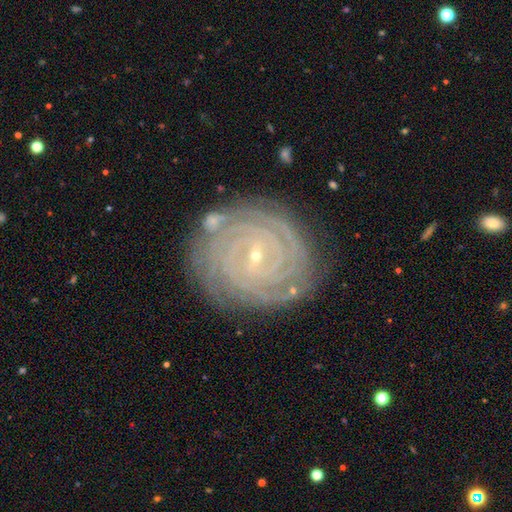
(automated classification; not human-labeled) A featured or disk galaxy (90%) with no bar (48%), 4 (25%) tight (91%) spiral arms (98%) and a small central bulge (87%).

Vote fractions:
- Smooth or featured? featured or disk: 90% / star or artifact: 6% / smooth: 5%
- Edge-on disk? no: 98% / yes: 2%
- Bar? no: 48% / weak: 36% / strong: 16%
- Spiral arms? yes: 98% / no: 2%
- Spiral winding? tight: 91% / medium: 8% / loose: 1%
- Spiral arm count? 4: 25% / 2: 19% / 3: 19% / can't tell: 17% / more than 4: 12% / 1: 8%
- Bulge size? small: 87% / moderate: 10% / none: 1% / large: 1% / dominant: 1%
- Merging? none: 83% / minor disturbance: 12% / major disturbance: 3% / merger: 2%